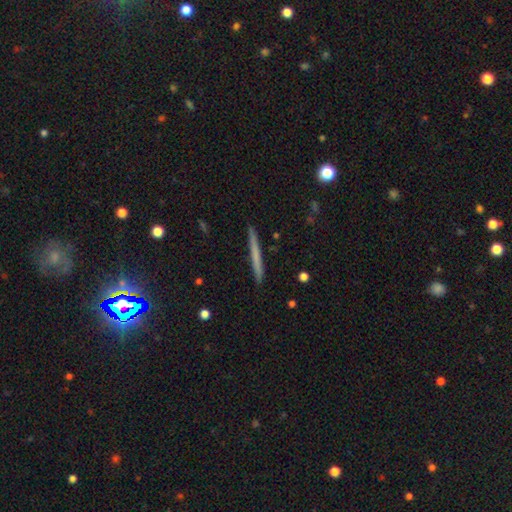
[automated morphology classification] A smooth galaxy with no disk features (59%) that is cigar-shaped (97%).

Vote fractions:
- Smooth or featured? smooth: 59% / featured or disk: 34% / star or artifact: 7%
- How rounded? cigar-shaped: 97% / in between: 2% / round: 1%
- Merging? none: 91% / minor disturbance: 6% / major disturbance: 1% / merger: 1%